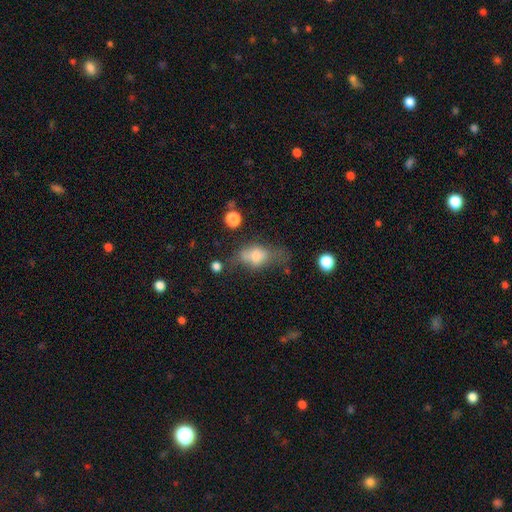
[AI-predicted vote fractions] smooth_or_featured: smooth (p=0.63) [alt: featured or disk p=0.26]
how_rounded: in between (p=0.76) [alt: round p=0.17]
merging: none (p=0.36) [alt: minor disturbance p=0.29]